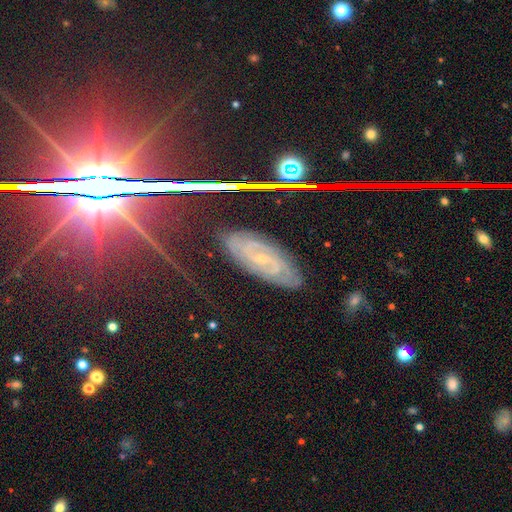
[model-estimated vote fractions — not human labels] A featured or disk galaxy (61%).

Vote fractions:
- Smooth or featured? featured or disk: 61% / star or artifact: 26% / smooth: 14%
- Edge-on disk? no: 81% / yes: 19%
- Merging? none: 80% / minor disturbance: 15% / major disturbance: 4% / merger: 1%